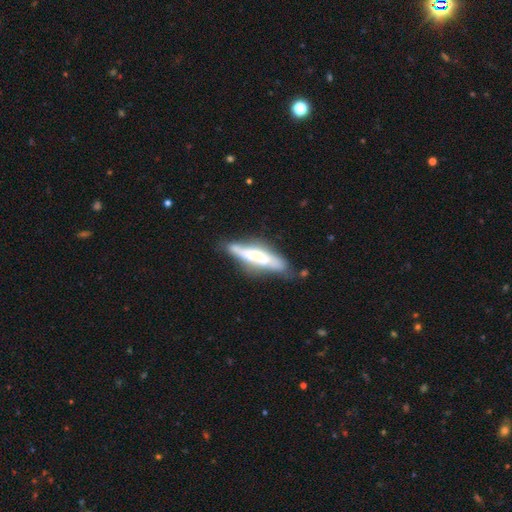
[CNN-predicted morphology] smooth_or_featured: featured or disk (p=0.56) [alt: smooth p=0.37]
disk_edge_on: yes (p=0.68) [alt: no p=0.32]
merging: none (p=0.64) [alt: minor disturbance p=0.24]